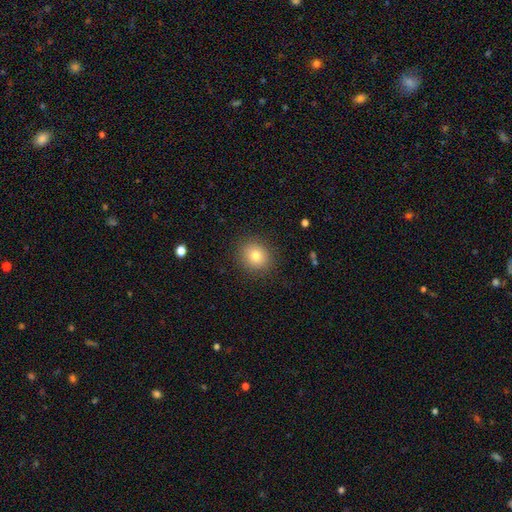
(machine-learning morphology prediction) Overall: smooth (79%). How rounded: round (82%). Merging: none (89%).